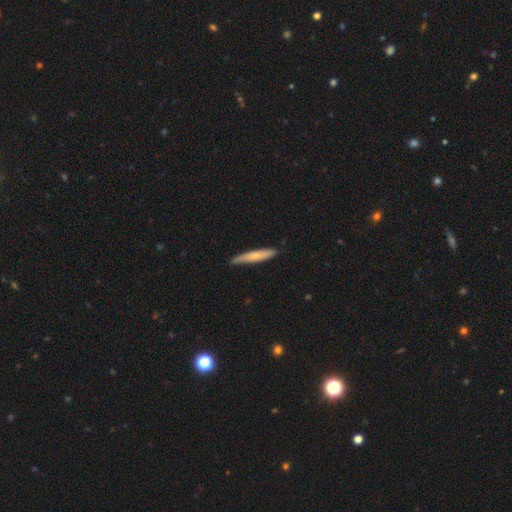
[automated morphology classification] smooth_or_featured: smooth (p=0.68) [alt: featured or disk p=0.27]
how_rounded: cigar-shaped (p=0.92) [alt: in between p=0.07]
merging: none (p=0.83) [alt: minor disturbance p=0.14]